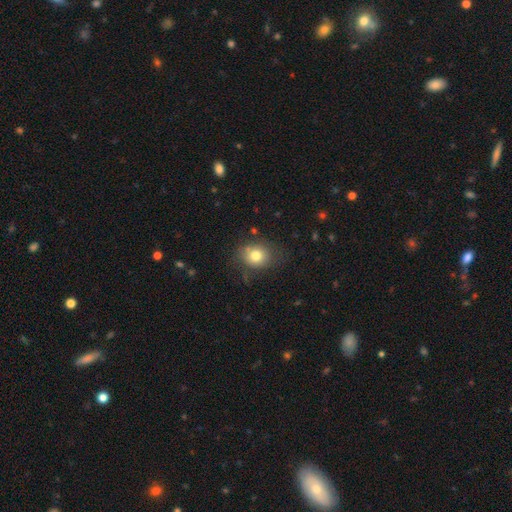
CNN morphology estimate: Smooth or featured? smooth (77%)
How rounded? round (58%)
Merging? none (70%)